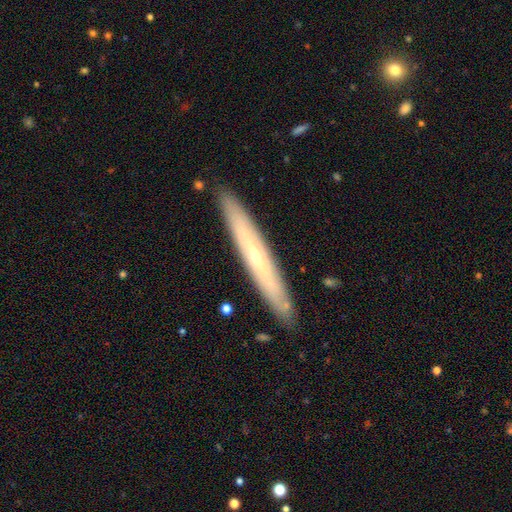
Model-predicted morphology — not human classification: This is likely a featured or disk galaxy (61%). It is clearly viewed edge-on (84%). Edge-on bulge: likely rounded (61%). Merging: clearly none (90%).